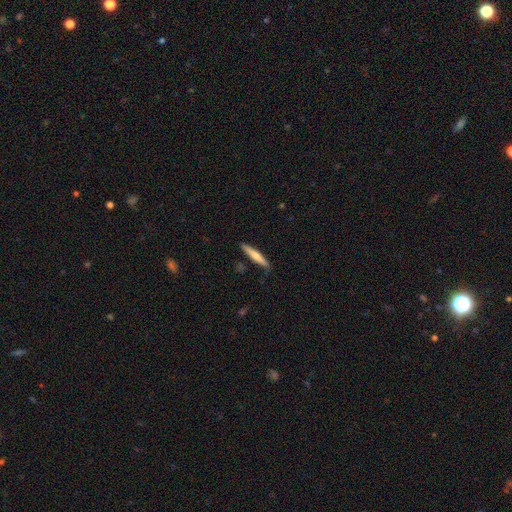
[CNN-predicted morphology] A smooth galaxy with no disk features (58%) that is cigar-shaped (93%). Merging: none (86%).